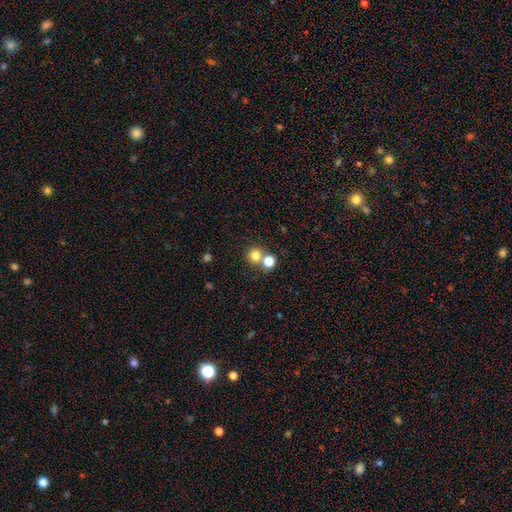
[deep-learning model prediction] Smooth or featured? smooth (79%)
How rounded? round (91%)
Merging? none (59%)